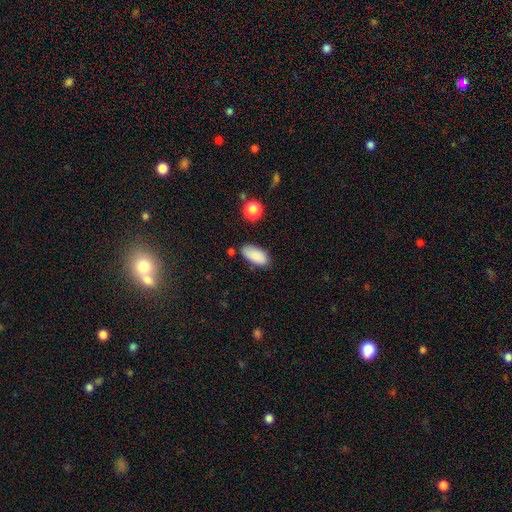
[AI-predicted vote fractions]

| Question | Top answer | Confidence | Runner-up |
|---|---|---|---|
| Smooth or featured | smooth | 88% | star or artifact (8%) |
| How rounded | in between | 89% | cigar-shaped (8%) |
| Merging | none | 77% | minor disturbance (16%) |